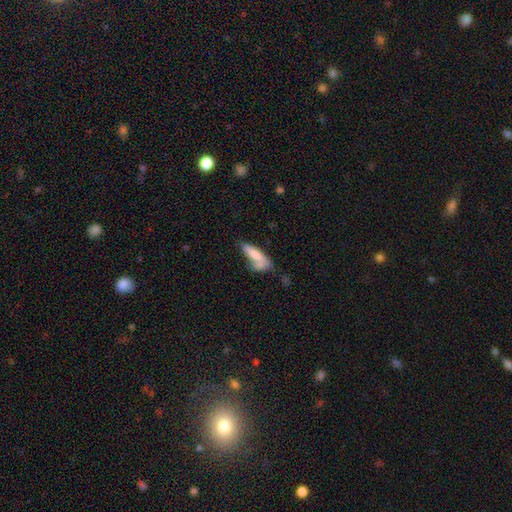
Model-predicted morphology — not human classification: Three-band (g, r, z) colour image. It shows a smooth galaxy with no disk features (73%) that is in between round and cigar-shaped (49%, tied with cigar-shaped). Merging: none (35%).